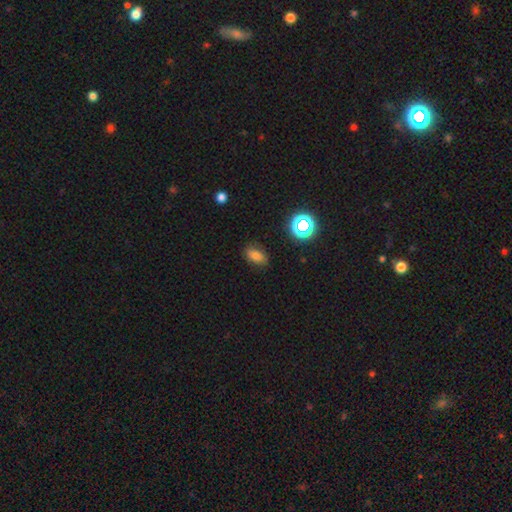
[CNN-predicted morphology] smooth-or-featured: smooth: 73% | star or artifact: 17% | featured or disk: 10%
  how-rounded: in between: 86% | round: 11% | cigar-shaped: 3%
  merging: none: 80% | minor disturbance: 15% | major disturbance: 4% | merger: 1%